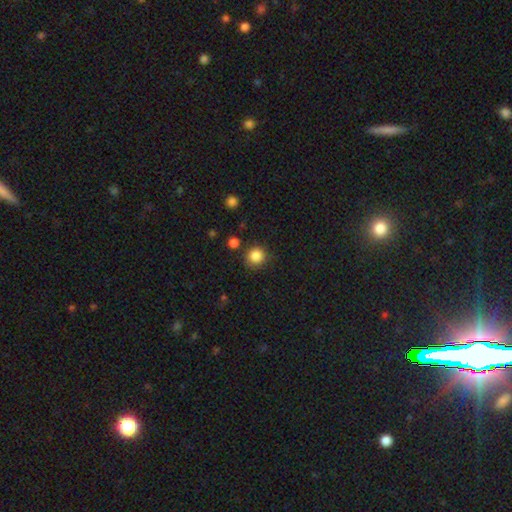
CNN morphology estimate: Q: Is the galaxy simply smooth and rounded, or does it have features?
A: smooth — 86%.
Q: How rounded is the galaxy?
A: round — 92%.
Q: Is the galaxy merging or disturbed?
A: none — 85%.